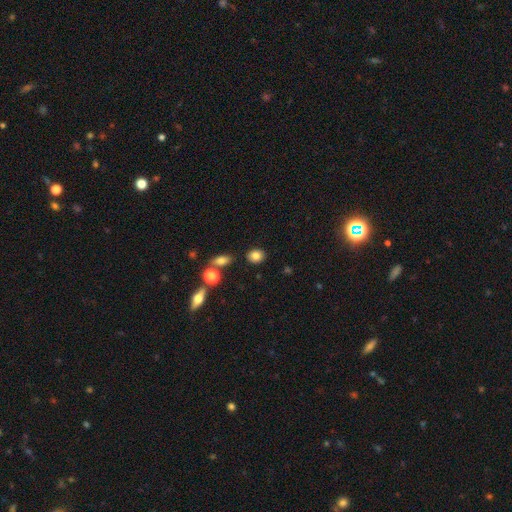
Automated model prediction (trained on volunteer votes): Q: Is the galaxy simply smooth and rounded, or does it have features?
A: smooth — 82%.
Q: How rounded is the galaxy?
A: round — 49%, tied with in between.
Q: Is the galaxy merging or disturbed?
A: none — 84%.